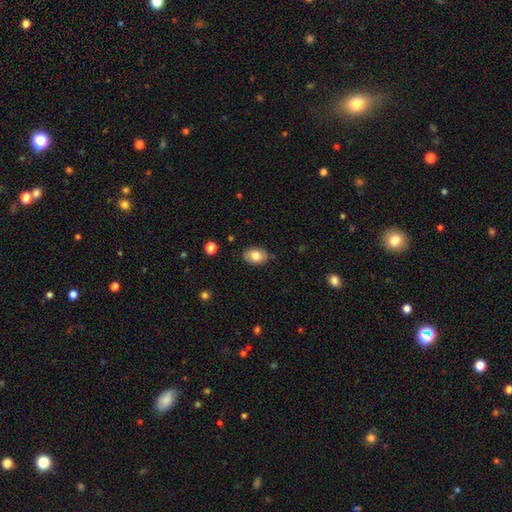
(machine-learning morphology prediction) Q: Smooth or featured?
A: smooth (80%); runner-up: featured or disk (12%)
Q: How rounded?
A: in between (81%); runner-up: round (18%)
Q: Merging?
A: none (84%); runner-up: minor disturbance (13%)